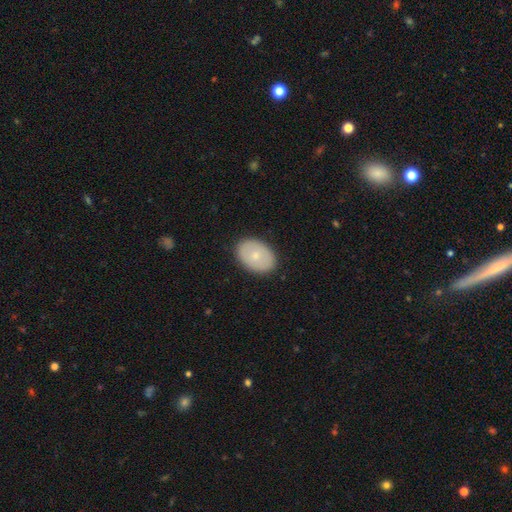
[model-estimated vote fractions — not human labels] Smooth or featured?
  - smooth: 68% *
  - featured or disk: 25%
  - star or artifact: 6%
How rounded?
  - in between: 80% *
  - round: 19%
  - cigar-shaped: 1%
Merging?
  - none: 88% *
  - minor disturbance: 9%
  - major disturbance: 2%
  - merger: 1%